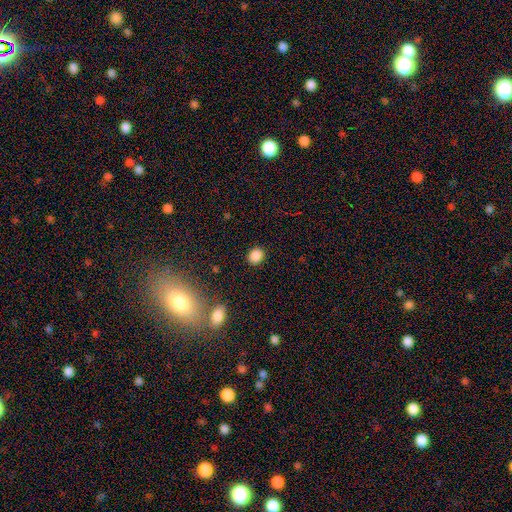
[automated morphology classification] type=smooth (86%); roundness=round (66%); merging=none (89%).